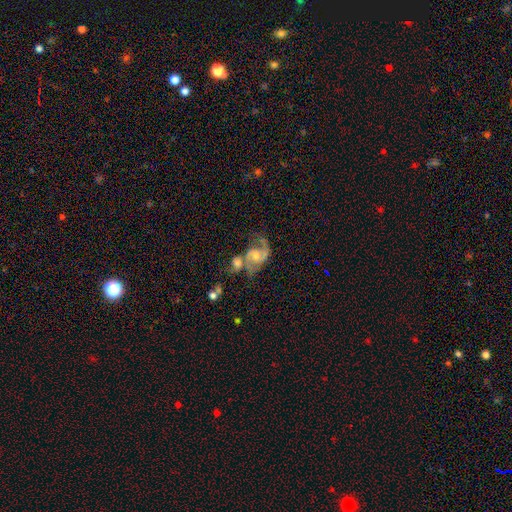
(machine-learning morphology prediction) Q: Smooth or featured?
A: featured or disk (82%); runner-up: smooth (10%)
Q: Edge-on disk?
A: no (97%); runner-up: yes (3%)
Q: Bar?
A: no (53%); runner-up: weak (38%)
Q: Spiral arms?
A: yes (93%); runner-up: no (7%)
Q: Spiral winding?
A: medium (47%); runner-up: loose (37%)
Q: Spiral arm count?
A: 2 (79%); runner-up: 1 (12%)
Q: Bulge size?
A: moderate (44%); runner-up: small (42%)
Q: Merging?
A: merger (40%); runner-up: none (31%)